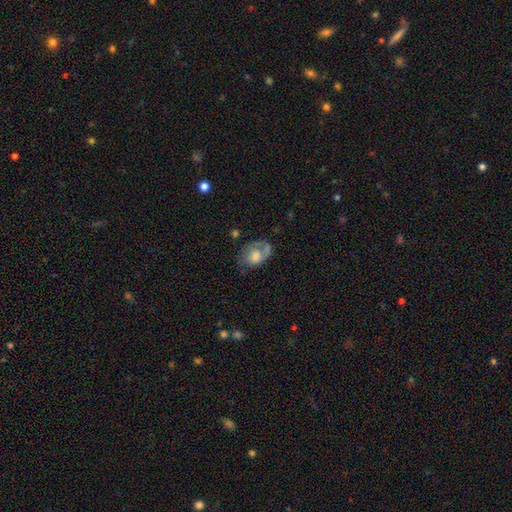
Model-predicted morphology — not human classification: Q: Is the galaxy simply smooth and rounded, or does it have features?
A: smooth — 49%.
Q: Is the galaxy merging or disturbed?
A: none — 47%.